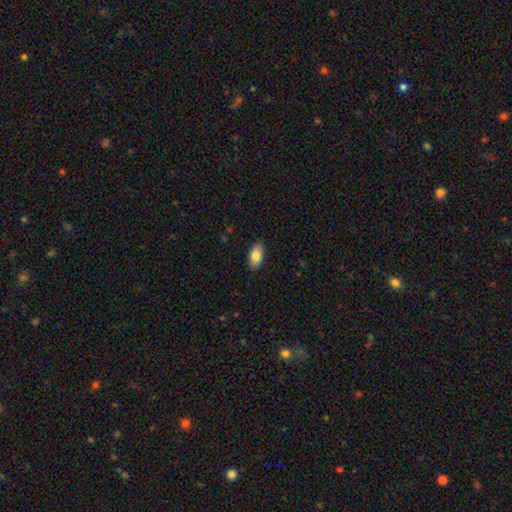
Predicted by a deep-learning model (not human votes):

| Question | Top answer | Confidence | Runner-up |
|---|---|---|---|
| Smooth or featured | smooth | 83% | featured or disk (10%) |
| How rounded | in between | 93% | round (4%) |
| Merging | none | 89% | minor disturbance (8%) |